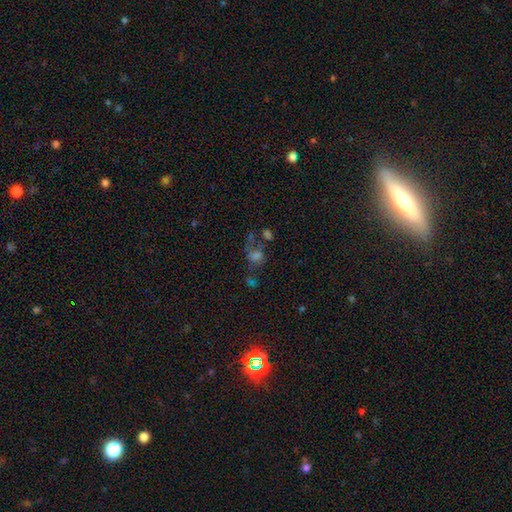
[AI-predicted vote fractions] Q: Smooth or featured?
A: smooth (47%); runner-up: star or artifact (27%)
Q: Merging?
A: none (29%); tied with: merger (29%)